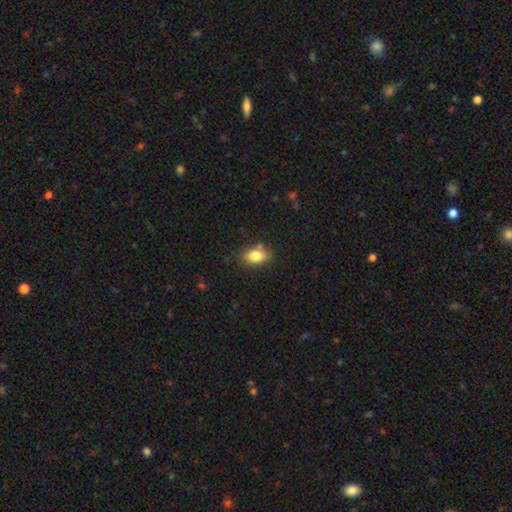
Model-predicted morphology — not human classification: A smooth galaxy with no disk features (83%) that is in between round and cigar-shaped (86%).

Vote fractions:
- Smooth or featured? smooth: 83% / star or artifact: 8% / featured or disk: 8%
- How rounded? in between: 86% / round: 12% / cigar-shaped: 2%
- Merging? none: 79% / minor disturbance: 15% / merger: 3% / major disturbance: 3%